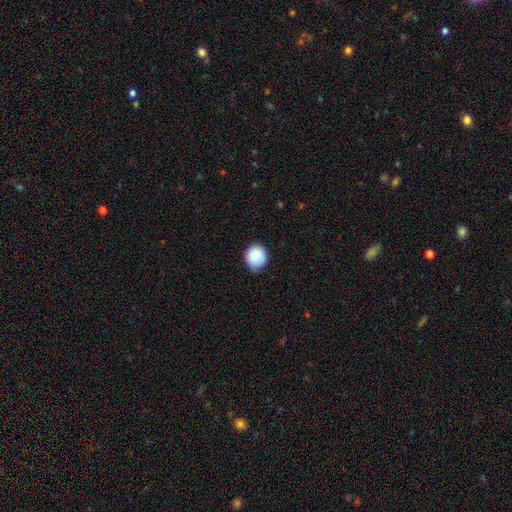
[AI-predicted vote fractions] This is clearly a smooth galaxy (87%). How rounded: clearly round (83%). Merging: likely none (73%).